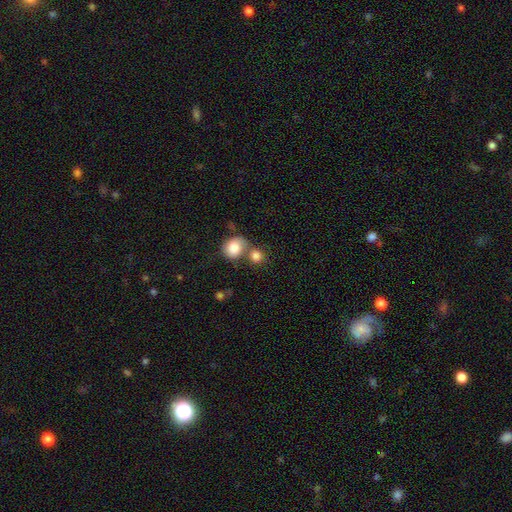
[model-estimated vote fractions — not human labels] A smooth galaxy with no disk features (83%) that is round (77%).

Vote fractions:
- Smooth or featured? smooth: 83% / star or artifact: 9% / featured or disk: 8%
- How rounded? round: 77% / in between: 22% / cigar-shaped: 1%
- Merging? merger: 47% / none: 40% / minor disturbance: 9% / major disturbance: 4%